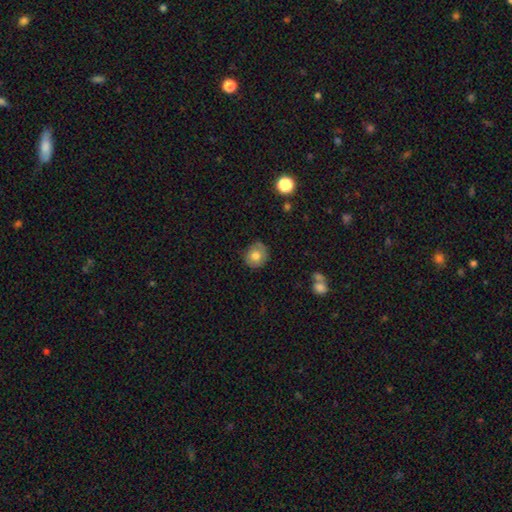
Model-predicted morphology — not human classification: Smooth or featured?
  - smooth: 74% *
  - featured or disk: 17%
  - star or artifact: 9%
How rounded?
  - round: 84% *
  - in between: 15%
  - cigar-shaped: 1%
Merging?
  - none: 80% *
  - minor disturbance: 16%
  - major disturbance: 3%
  - merger: 1%